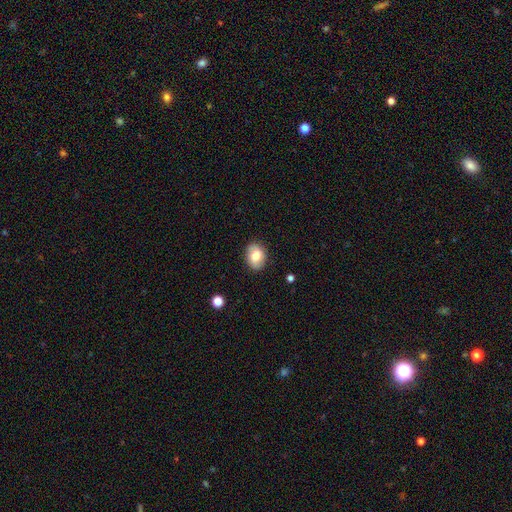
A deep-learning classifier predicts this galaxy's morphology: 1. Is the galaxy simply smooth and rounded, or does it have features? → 75% smooth, 17% featured or disk, 8% star or artifact.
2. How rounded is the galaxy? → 61% in between, 38% round, 1% cigar-shaped.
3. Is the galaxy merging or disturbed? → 87% none, 10% minor disturbance, 2% major disturbance, 1% merger.